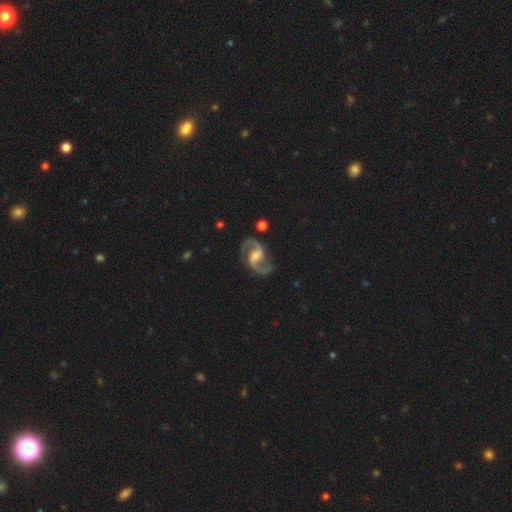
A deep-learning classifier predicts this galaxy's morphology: The model was most divided on "bulge size": moderate: 42%, small: 28%, none: 16%, large: 12%, dominant: 2%. More confident: spiral arms — yes (98%); edge-on disk — no (98%); spiral arm count — 2 (94%); smooth or featured — featured or disk (92%); merging — none (81%); spiral winding — medium (54%); bar — weak (50%).